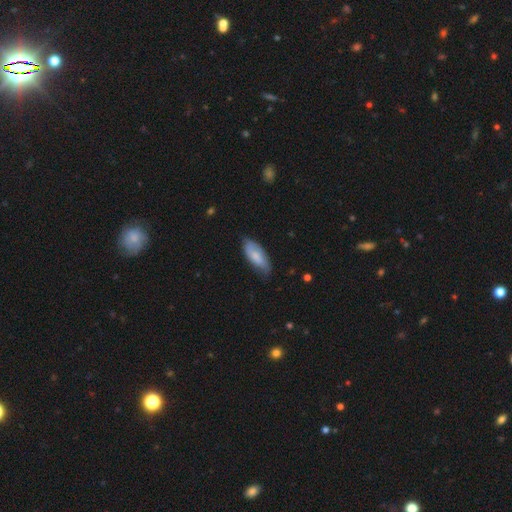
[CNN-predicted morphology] Smooth or featured? smooth (73%)
How rounded? in between (80%)
Merging? none (66%)